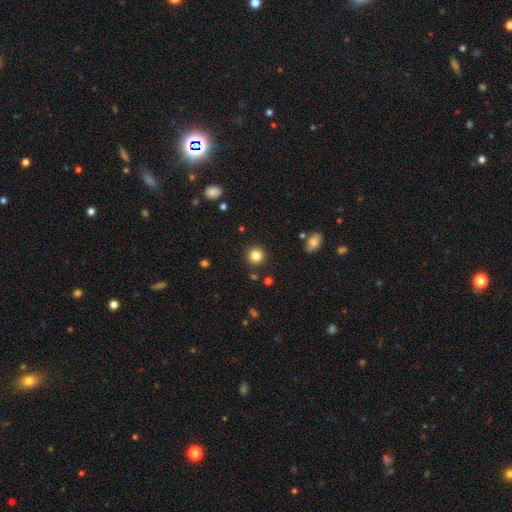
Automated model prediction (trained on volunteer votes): Smooth or featured? smooth (84%)
How rounded? round (94%)
Merging? none (90%)